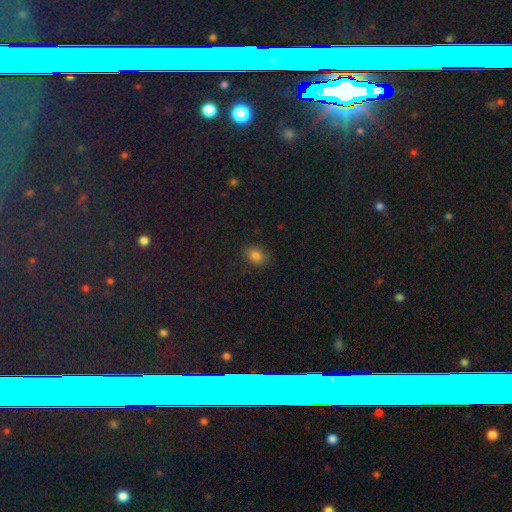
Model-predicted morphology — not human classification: Q: Smooth or featured?
A: smooth (79%); runner-up: star or artifact (15%)
Q: How rounded?
A: in between (61%); runner-up: round (37%)
Q: Merging?
A: none (81%); runner-up: minor disturbance (15%)